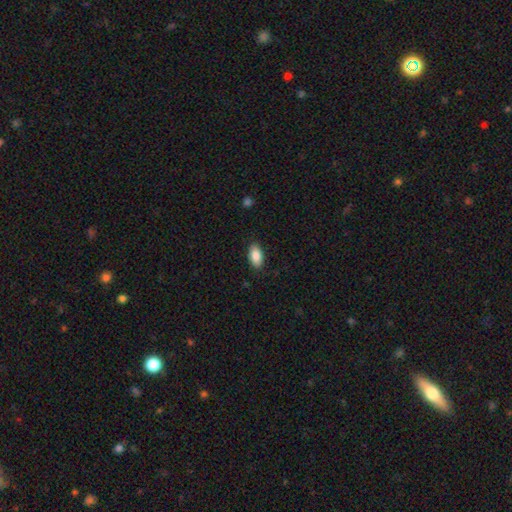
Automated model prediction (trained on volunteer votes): Smooth or featured? Predicted: smooth (p=0.87). How rounded? Predicted: in between (p=0.93). Merging? Predicted: none (p=0.87).